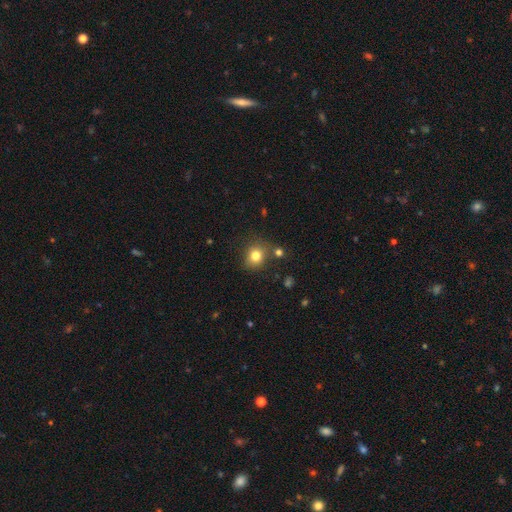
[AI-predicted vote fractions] Morphology: type=smooth (79%); roundness=round (82%); merging=none (77%).